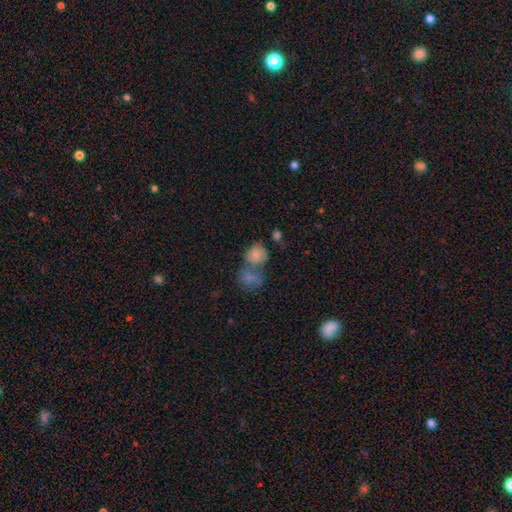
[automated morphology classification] smooth 80%, featured or disk 11%, star or artifact 9%. Down the decision tree: how rounded — round (61%); merging — merger (57%).